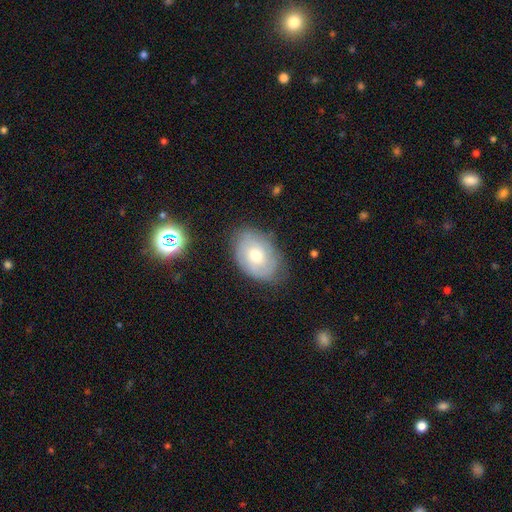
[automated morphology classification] smooth_or_featured: featured or disk (p=0.52) [alt: smooth p=0.40]
disk_edge_on: no (p=0.94) [alt: yes p=0.06]
merging: none (p=0.73) [alt: minor disturbance p=0.21]